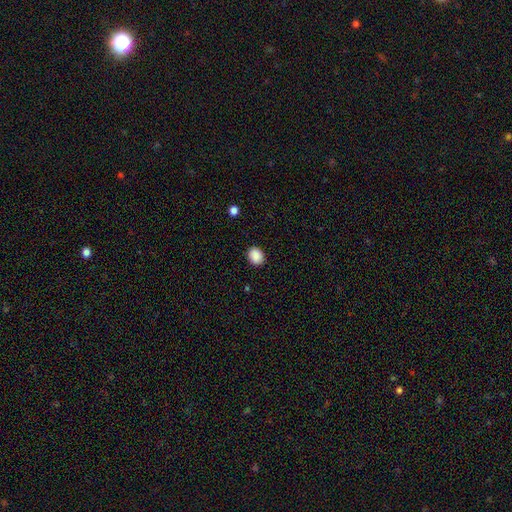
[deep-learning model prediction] This appears to be a smooth galaxy with no disk features (89%) that is round (59%). Merging: none (90%).